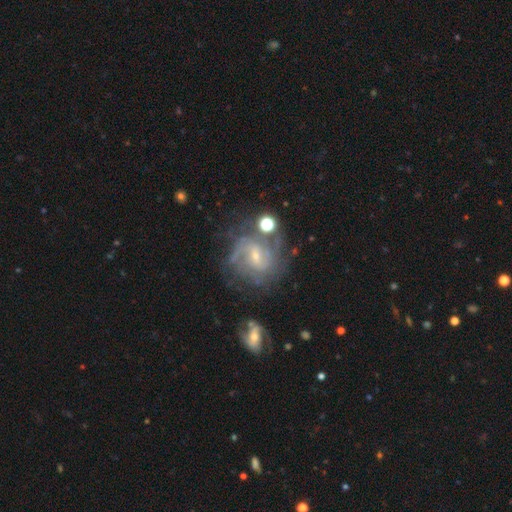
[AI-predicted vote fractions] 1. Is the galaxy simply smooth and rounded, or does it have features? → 83% featured or disk, 8% smooth, 8% star or artifact.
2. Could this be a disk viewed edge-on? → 97% no, 3% yes.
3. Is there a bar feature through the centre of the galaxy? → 53% weak, 29% no, 18% strong.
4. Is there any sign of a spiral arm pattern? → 94% yes, 6% no.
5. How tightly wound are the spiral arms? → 47% tight, 41% medium, 12% loose.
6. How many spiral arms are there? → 34% 2, 31% can't tell, 18% 3, 8% 4, 5% 1, 5% more than 4.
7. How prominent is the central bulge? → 68% small, 26% moderate, 4% none, 1% large, 1% dominant.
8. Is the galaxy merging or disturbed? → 62% none, 18% minor disturbance, 11% major disturbance, 9% merger.